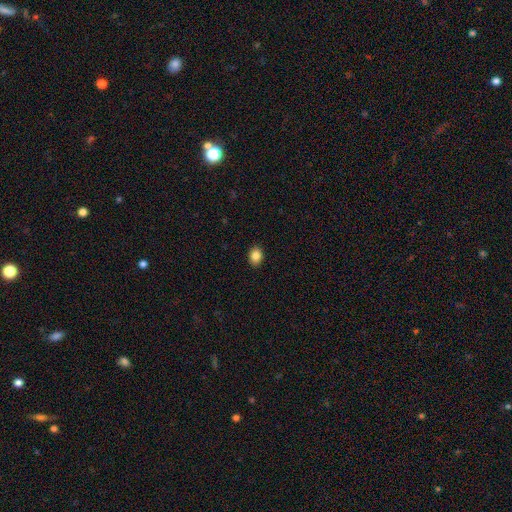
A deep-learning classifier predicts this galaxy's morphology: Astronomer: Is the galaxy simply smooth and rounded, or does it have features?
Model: smooth — 86%.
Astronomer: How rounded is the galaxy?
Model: in between — 64%.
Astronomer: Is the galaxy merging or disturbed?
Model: none — 90%.